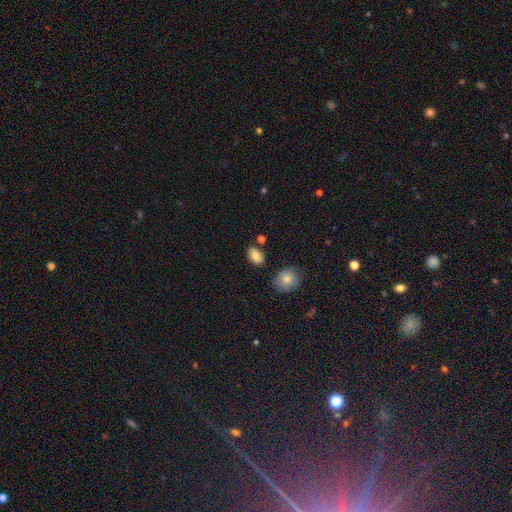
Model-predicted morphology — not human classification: This is clearly a smooth galaxy (83%). How rounded: clearly in between (85%). Merging: likely none (79%).